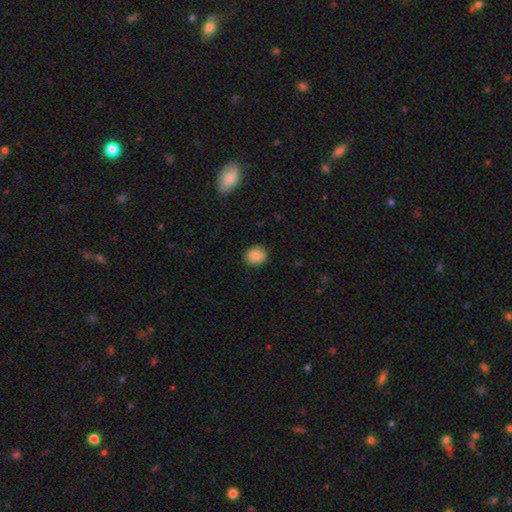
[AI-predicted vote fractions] Q: Smooth or featured?
A: smooth (85%); runner-up: star or artifact (8%)
Q: How rounded?
A: round (62%); runner-up: in between (37%)
Q: Merging?
A: none (87%); runner-up: minor disturbance (9%)